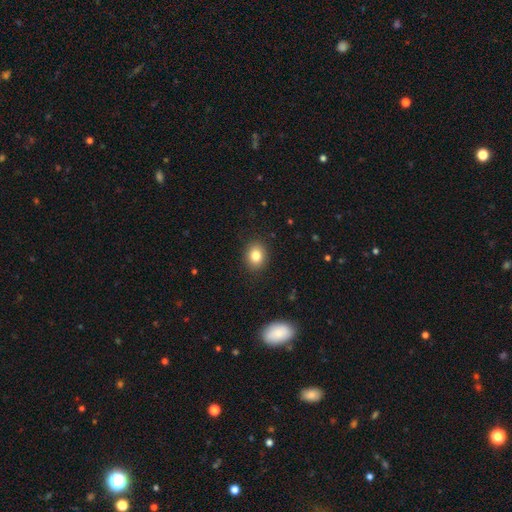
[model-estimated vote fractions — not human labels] This appears to be a smooth galaxy with no disk features (82%) that is round (53%). Merging: none (89%).